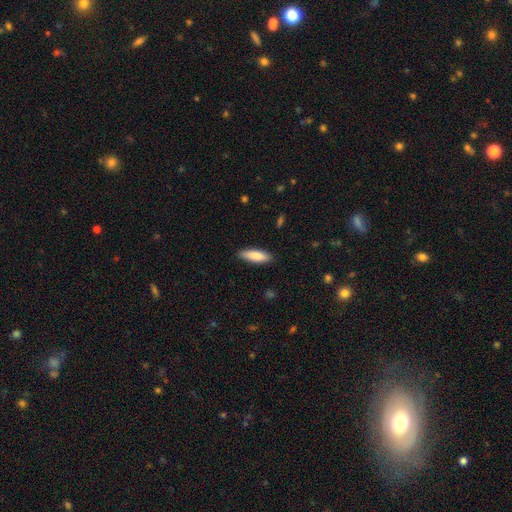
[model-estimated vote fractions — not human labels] smooth-or-featured: smooth: 84% | featured or disk: 10% | star or artifact: 6%
  how-rounded: cigar-shaped: 52% | in between: 47% | round: 1%
  merging: none: 88% | minor disturbance: 9% | major disturbance: 2% | merger: 1%